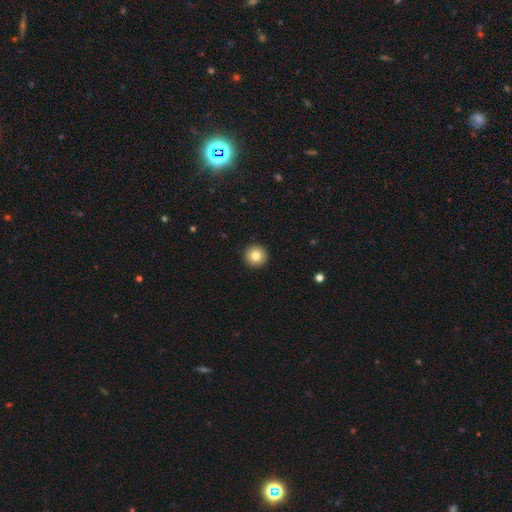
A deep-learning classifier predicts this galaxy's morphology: Smooth or featured: smooth — 81% (featured or disk — 10%)
How rounded: round — 96% (in between — 3%)
Merging: none — 94% (minor disturbance — 4%)